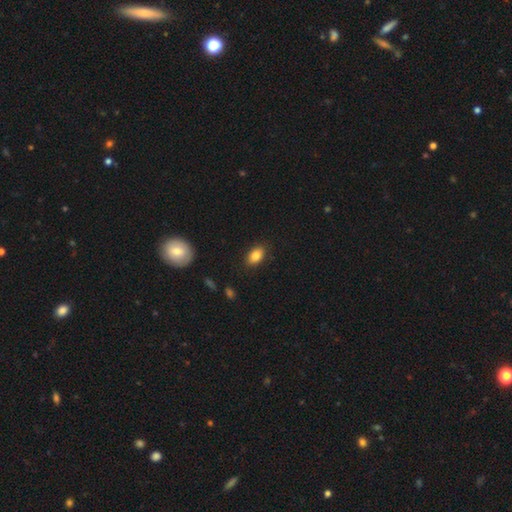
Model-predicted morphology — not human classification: Smooth or featured? Predicted: smooth (p=0.84). How rounded? Predicted: in between (p=0.89). Merging? Predicted: none (p=0.87).